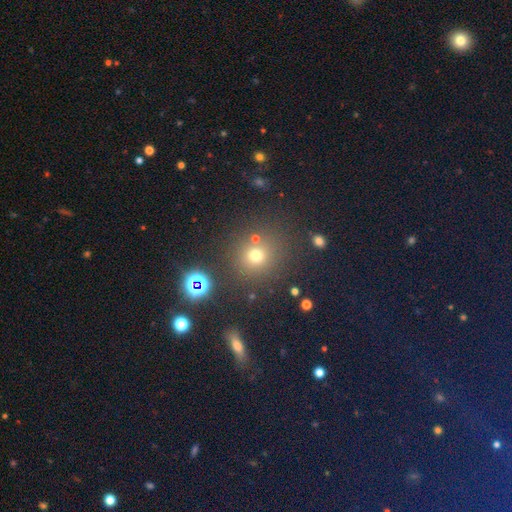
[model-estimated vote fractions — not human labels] Smooth or featured?
  - smooth: 67% *
  - star or artifact: 25%
  - featured or disk: 8%
How rounded?
  - round: 88% *
  - in between: 11%
  - cigar-shaped: 1%
Merging?
  - none: 79% *
  - minor disturbance: 9%
  - merger: 8%
  - major disturbance: 4%